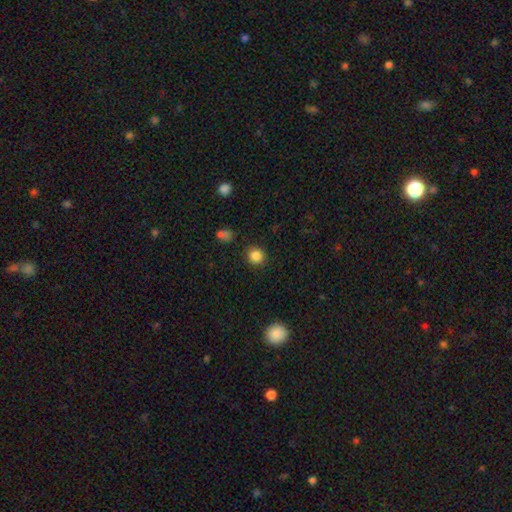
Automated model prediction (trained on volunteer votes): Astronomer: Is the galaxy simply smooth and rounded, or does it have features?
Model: smooth — 85%.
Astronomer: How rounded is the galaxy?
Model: round — 90%.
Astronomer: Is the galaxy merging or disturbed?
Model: none — 89%.